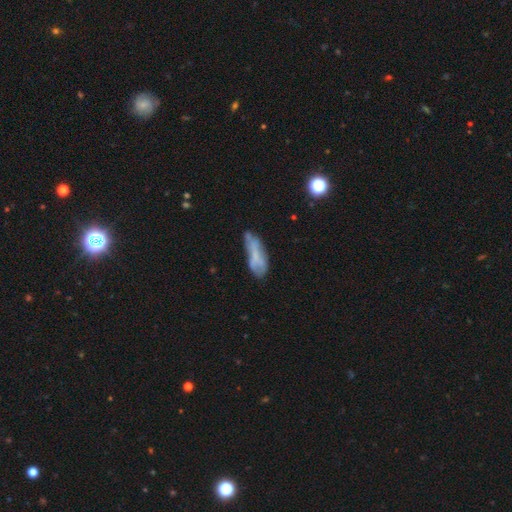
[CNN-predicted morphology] A smooth galaxy with no disk features (52%) that is in between round and cigar-shaped (62%). Merging: none (45%).